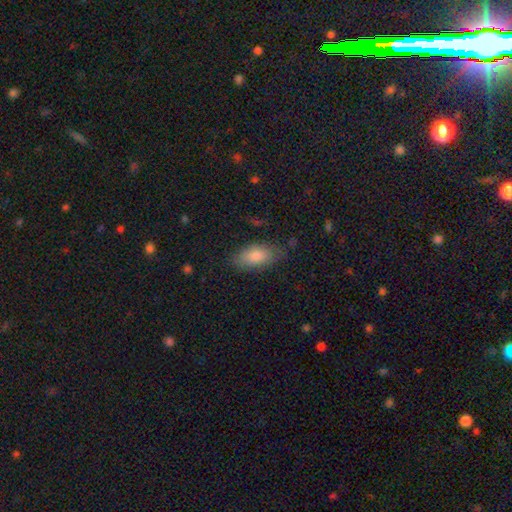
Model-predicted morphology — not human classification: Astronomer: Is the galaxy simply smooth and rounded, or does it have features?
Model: smooth — 81%.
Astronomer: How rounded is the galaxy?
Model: in between — 88%.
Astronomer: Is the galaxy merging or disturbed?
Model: none — 76%.